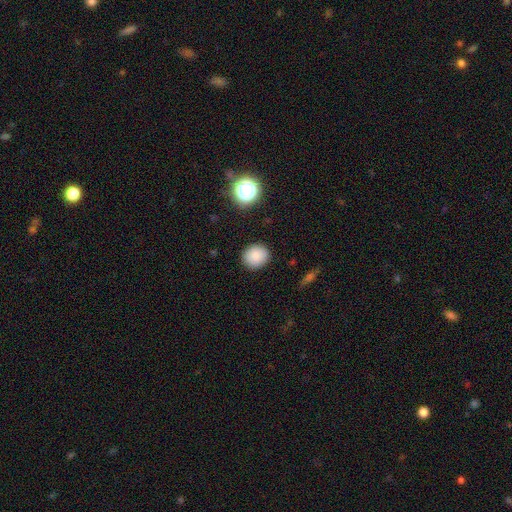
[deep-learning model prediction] smooth_or_featured: smooth (p=0.85) [alt: star or artifact p=0.10]
how_rounded: round (p=0.77) [alt: in between p=0.22]
merging: none (p=0.89) [alt: minor disturbance p=0.08]